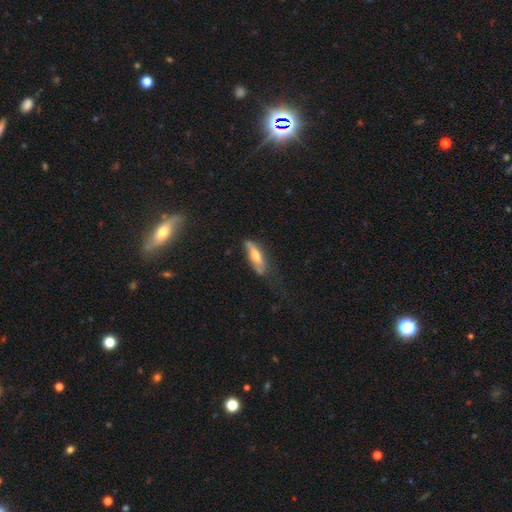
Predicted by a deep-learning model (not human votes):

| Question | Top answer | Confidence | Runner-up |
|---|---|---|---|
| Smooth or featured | smooth | 60% | featured or disk (34%) |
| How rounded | cigar-shaped | 53% | in between (45%) |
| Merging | none | 57% | minor disturbance (28%) |